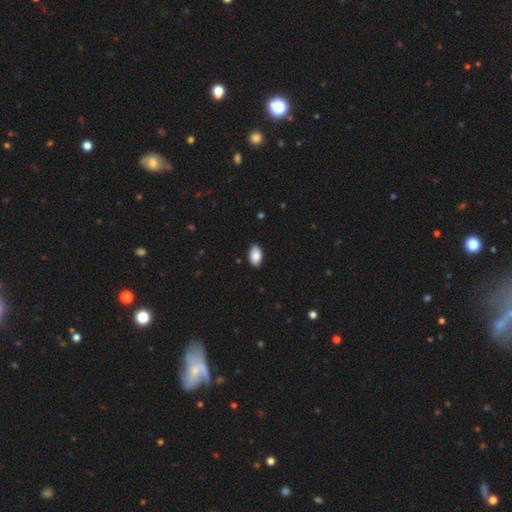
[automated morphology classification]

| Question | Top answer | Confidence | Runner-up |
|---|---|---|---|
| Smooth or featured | smooth | 89% | star or artifact (7%) |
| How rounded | in between | 93% | round (6%) |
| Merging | none | 88% | minor disturbance (9%) |